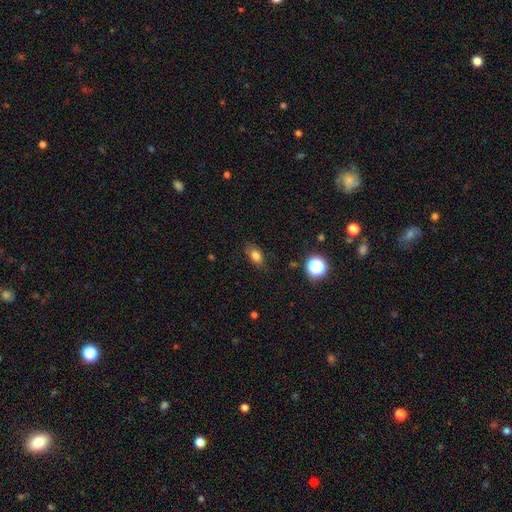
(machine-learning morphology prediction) Smooth or featured: smooth — 78% (star or artifact — 12%)
How rounded: in between — 79% (round — 16%)
Merging: none — 80% (minor disturbance — 15%)